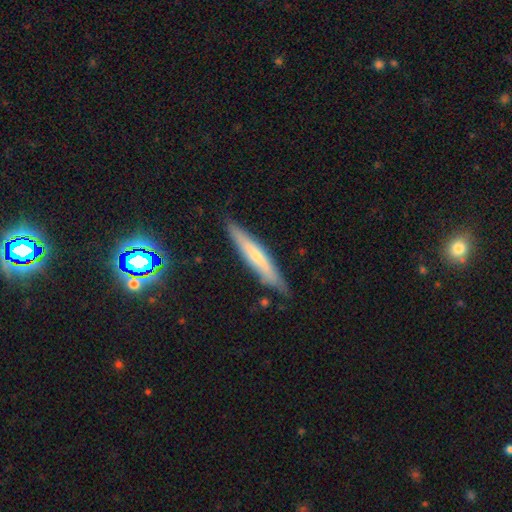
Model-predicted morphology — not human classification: This is possibly a smooth galaxy (49%). Merging: clearly none (83%).